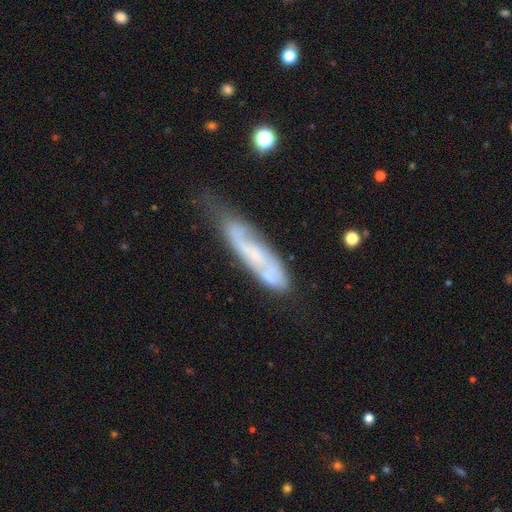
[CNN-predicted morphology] Q: Smooth or featured?
A: featured or disk (62%); runner-up: smooth (30%)
Q: Edge-on disk?
A: no (72%); runner-up: yes (28%)
Q: Merging?
A: none (47%); runner-up: minor disturbance (32%)